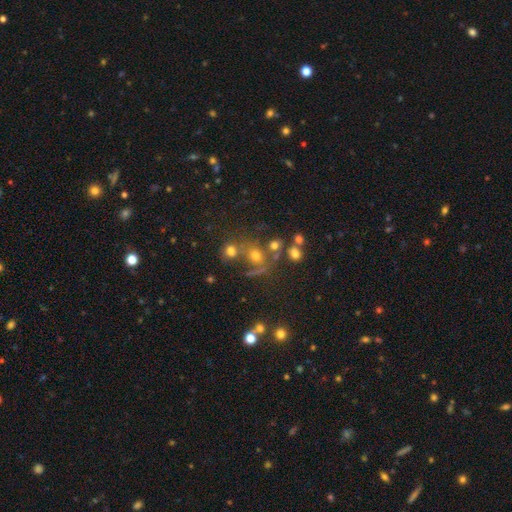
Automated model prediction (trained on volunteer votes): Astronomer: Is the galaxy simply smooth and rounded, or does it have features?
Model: smooth — 57%.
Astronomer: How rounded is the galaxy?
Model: round — 77%.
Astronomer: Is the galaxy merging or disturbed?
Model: none — 50% (runner-up: merger, 27%).